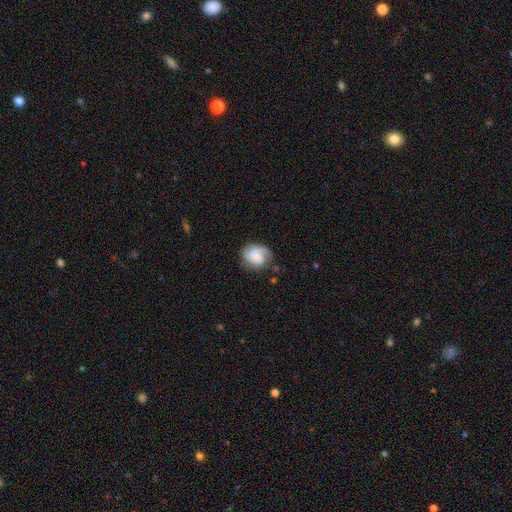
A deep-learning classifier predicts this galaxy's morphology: Smooth or featured?
  - featured or disk: 56% *
  - smooth: 36%
  - star or artifact: 8%
Edge-on disk?
  - no: 98% *
  - yes: 2%
Bar?
  - no: 64% *
  - weak: 30%
  - strong: 6%
Spiral arms?
  - yes: 90% *
  - no: 10%
Bulge size?
  - small: 43% *
  - moderate: 27%
  - none: 19%
  - large: 8%
  - dominant: 2%
Merging?
  - none: 63% *
  - minor disturbance: 23%
  - major disturbance: 11%
  - merger: 3%